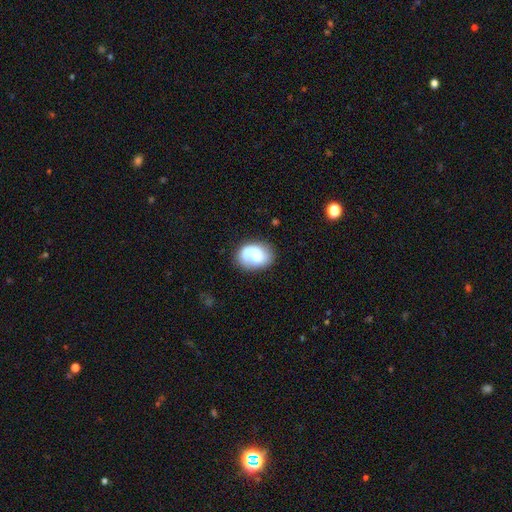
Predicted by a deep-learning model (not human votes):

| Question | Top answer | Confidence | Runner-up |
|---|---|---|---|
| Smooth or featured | smooth | 63% | featured or disk (29%) |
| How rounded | in between | 67% | round (32%) |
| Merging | none | 62% | minor disturbance (23%) |